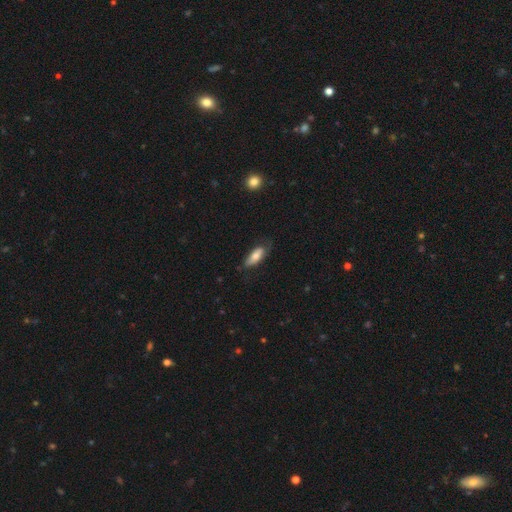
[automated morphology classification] type=smooth (71%); roundness=in between (70%); merging=none (62%).